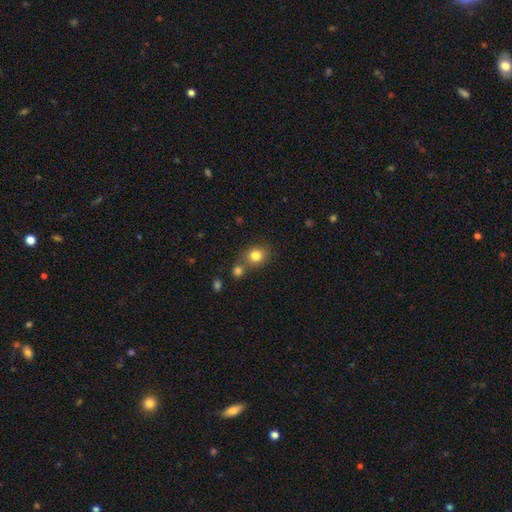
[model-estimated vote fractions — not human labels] Morphology: type=smooth (81%); roundness=round (77%); merging=none (62%).